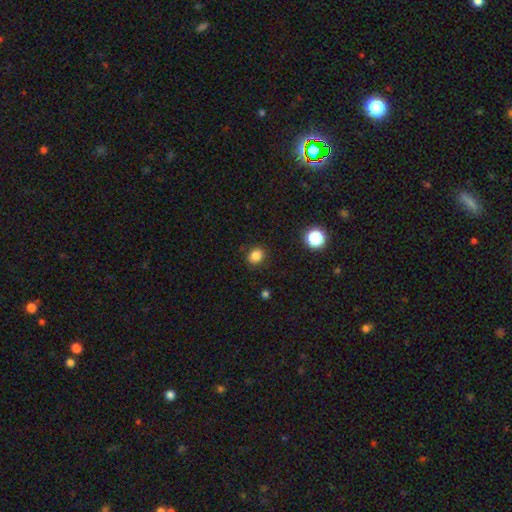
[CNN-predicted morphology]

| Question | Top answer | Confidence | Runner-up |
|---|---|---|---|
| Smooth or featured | smooth | 84% | star or artifact (12%) |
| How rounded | round | 59% | in between (40%) |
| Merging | none | 87% | minor disturbance (9%) |